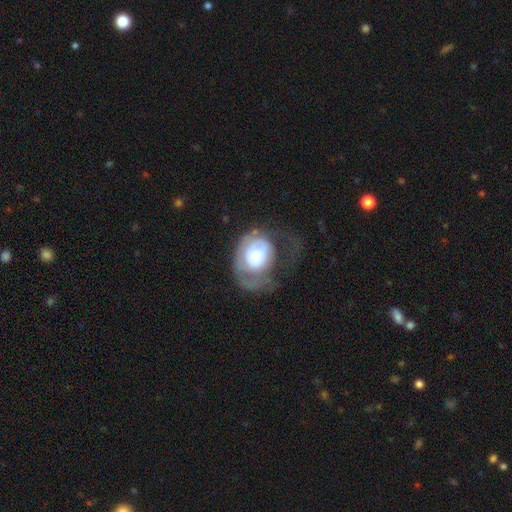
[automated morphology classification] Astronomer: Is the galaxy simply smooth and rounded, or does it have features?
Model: featured or disk — 46%, tied with smooth at 46%.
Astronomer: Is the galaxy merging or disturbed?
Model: major disturbance — 53%.